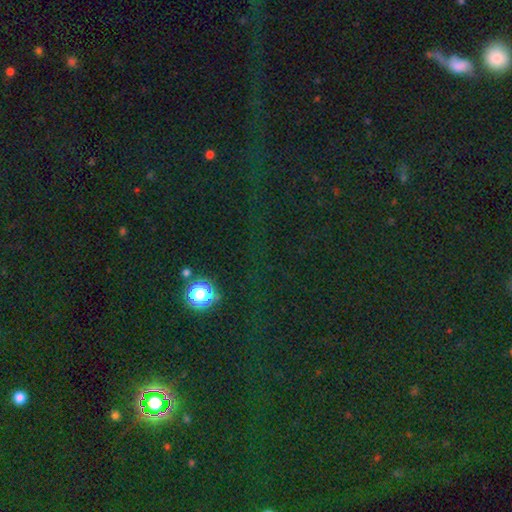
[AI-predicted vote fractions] A star or artifact, not a galaxy (80%).